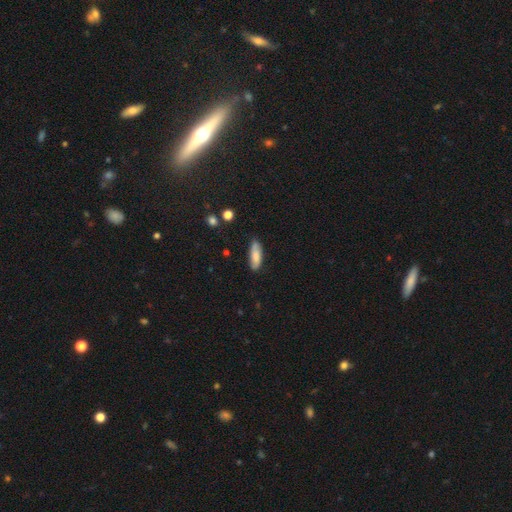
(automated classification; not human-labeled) smooth-or-featured: smooth: 80% | featured or disk: 14% | star or artifact: 7%
  how-rounded: in between: 55% | cigar-shaped: 43% | round: 2%
  merging: none: 78% | minor disturbance: 17% | major disturbance: 3% | merger: 2%